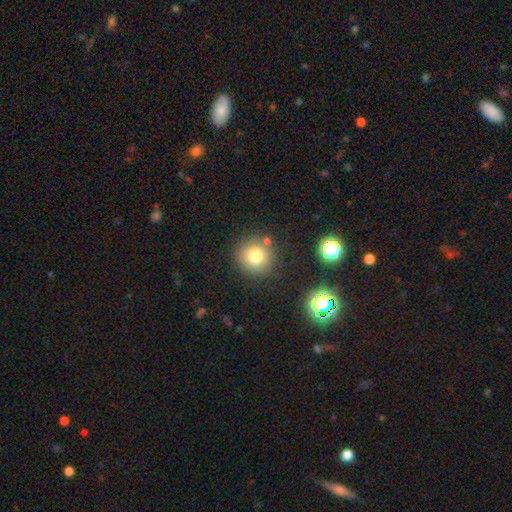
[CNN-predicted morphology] This is likely a smooth galaxy (77%). How rounded: clearly round (93%). Merging: clearly none (82%).